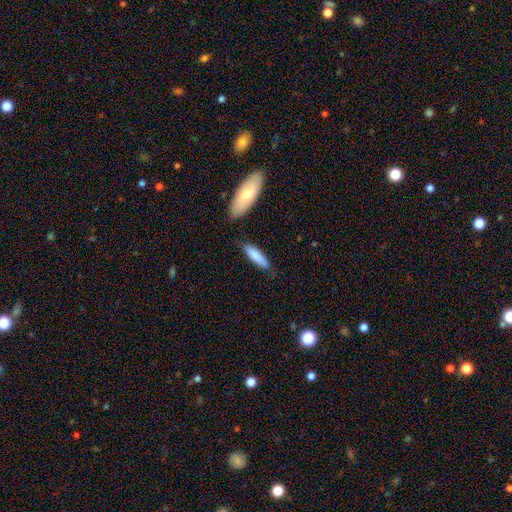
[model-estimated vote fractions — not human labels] Smooth or featured?
  - smooth: 82% *
  - featured or disk: 13%
  - star or artifact: 5%
How rounded?
  - cigar-shaped: 69% *
  - in between: 30%
  - round: 1%
Merging?
  - none: 75% *
  - minor disturbance: 17%
  - merger: 5%
  - major disturbance: 3%